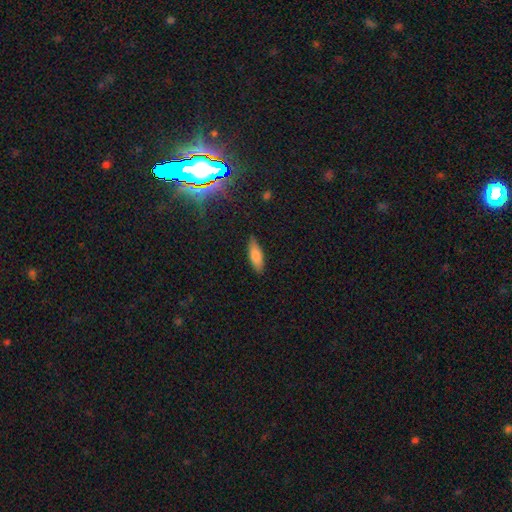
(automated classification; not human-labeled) Smooth or featured? smooth (80%)
How rounded? in between (63%)
Merging? none (83%)